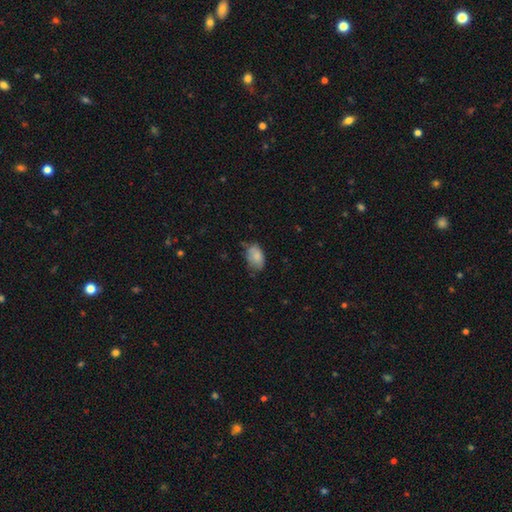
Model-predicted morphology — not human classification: A smooth galaxy with no disk features (81%) that is in between round and cigar-shaped (90%). Merging: none (54%).